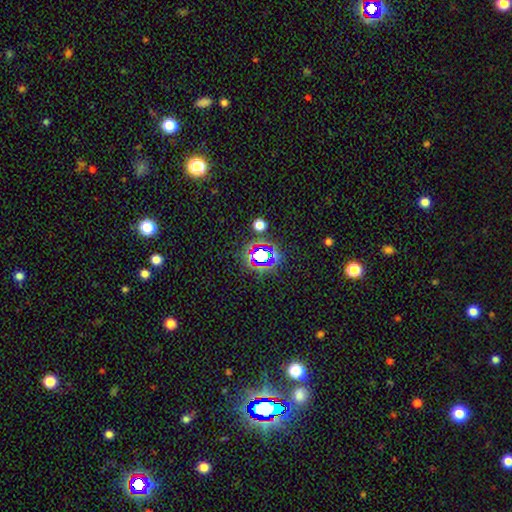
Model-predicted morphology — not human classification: This is likely a star or artifact rather than a galaxy (63%).